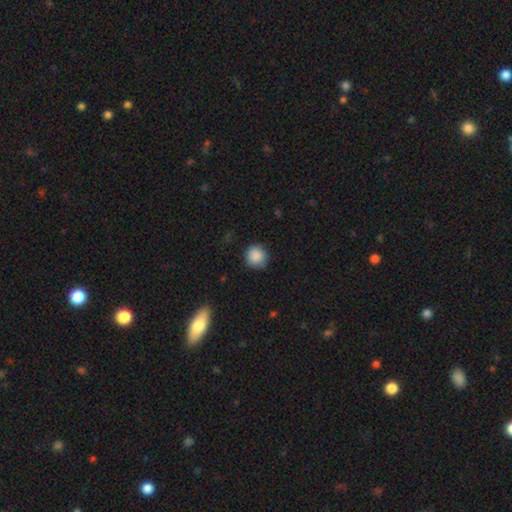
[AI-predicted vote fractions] smooth-or-featured: smooth: 88% | star or artifact: 8% | featured or disk: 3%
  how-rounded: round: 93% | in between: 6% | cigar-shaped: 1%
  merging: none: 84% | minor disturbance: 12% | major disturbance: 3% | merger: 1%